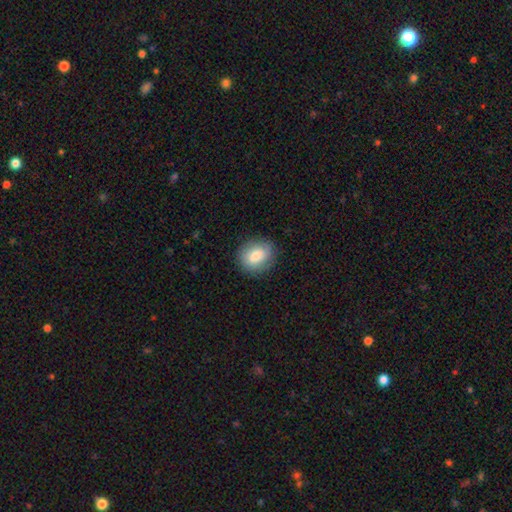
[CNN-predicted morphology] smooth_or_featured: smooth (p=0.74) [alt: featured or disk p=0.18]
how_rounded: round (p=0.62) [alt: in between p=0.36]
merging: none (p=0.84) [alt: minor disturbance p=0.12]